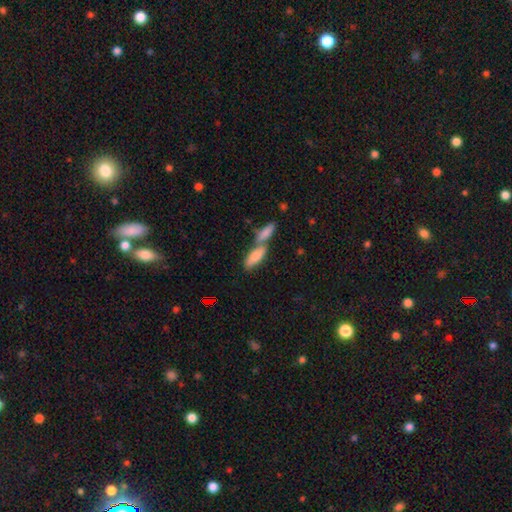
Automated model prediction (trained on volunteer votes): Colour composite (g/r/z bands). It shows a smooth galaxy with no disk features (77%) that is in between round and cigar-shaped (66%). Merging: merger (55%).